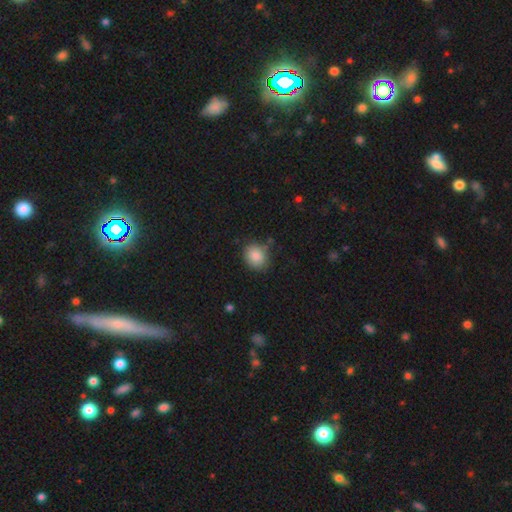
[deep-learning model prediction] This is clearly a smooth galaxy (87%). How rounded: likely round (62%). Merging: likely none (79%).